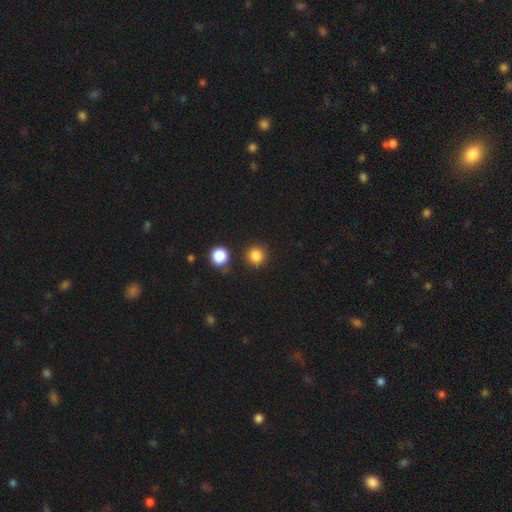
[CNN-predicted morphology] This is clearly a smooth galaxy (85%). How rounded: clearly round (90%). Merging: clearly none (85%).